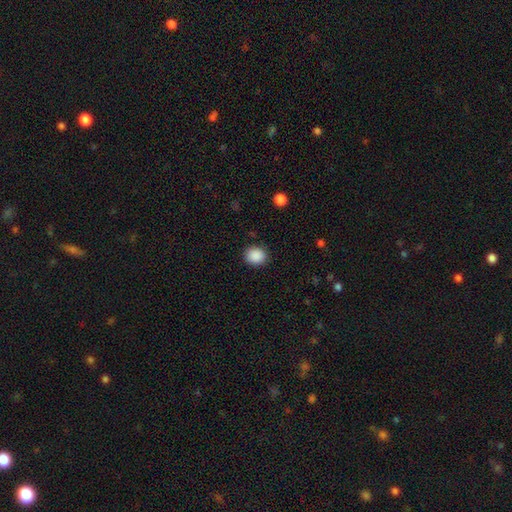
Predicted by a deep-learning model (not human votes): Smooth or featured?
  - smooth: 89% *
  - star or artifact: 9%
  - featured or disk: 2%
How rounded?
  - round: 71% *
  - in between: 29%
  - cigar-shaped: 1%
Merging?
  - none: 89% *
  - minor disturbance: 8%
  - major disturbance: 2%
  - merger: 1%